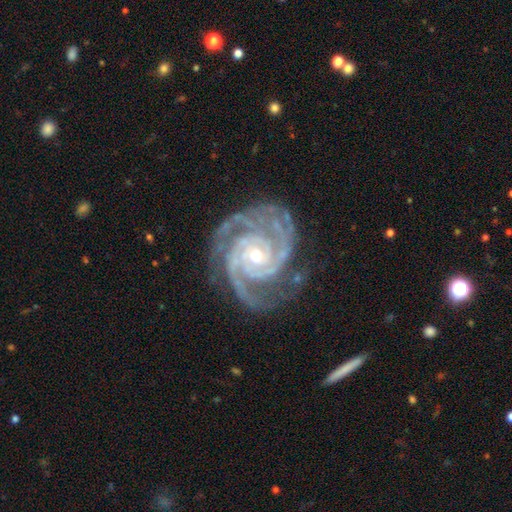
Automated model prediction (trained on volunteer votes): A featured or disk galaxy (94%) with no bar (73%), 3 (40%) tight (73%) spiral arms (99%) and a small central bulge (57%). Merging: none (74%).